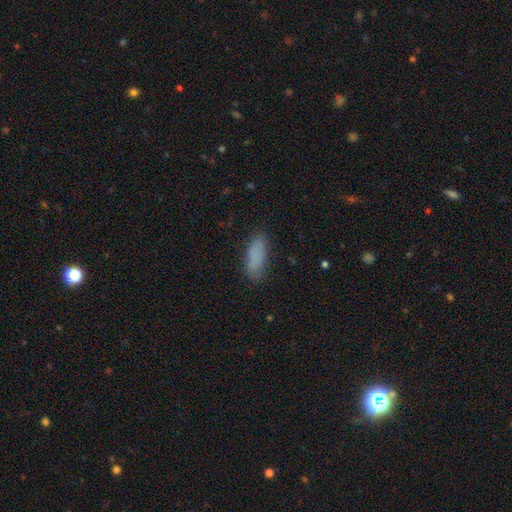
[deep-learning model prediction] Smooth or featured?
  - smooth: 84% *
  - featured or disk: 9%
  - star or artifact: 8%
How rounded?
  - in between: 70% *
  - cigar-shaped: 28%
  - round: 2%
Merging?
  - none: 78% *
  - minor disturbance: 16%
  - major disturbance: 4%
  - merger: 1%